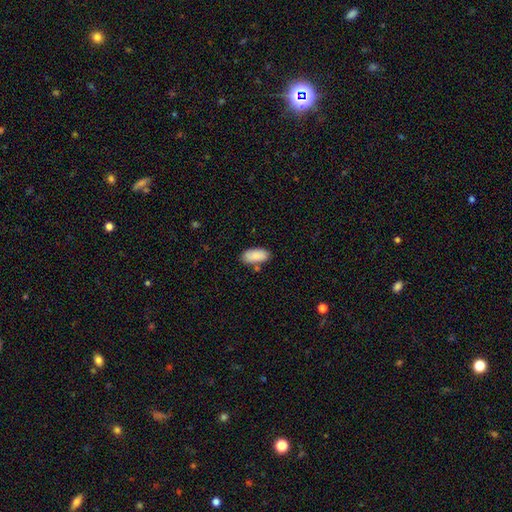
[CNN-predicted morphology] Q: Smooth or featured?
A: smooth (87%); runner-up: featured or disk (7%)
Q: How rounded?
A: in between (92%); runner-up: cigar-shaped (5%)
Q: Merging?
A: none (74%); runner-up: minor disturbance (15%)